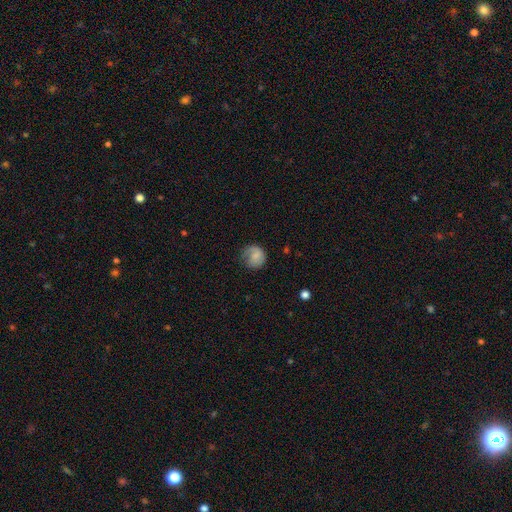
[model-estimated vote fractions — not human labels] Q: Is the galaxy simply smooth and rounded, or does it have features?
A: smooth — 66%.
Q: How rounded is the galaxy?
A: round — 83%.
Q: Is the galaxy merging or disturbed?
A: none — 59%.